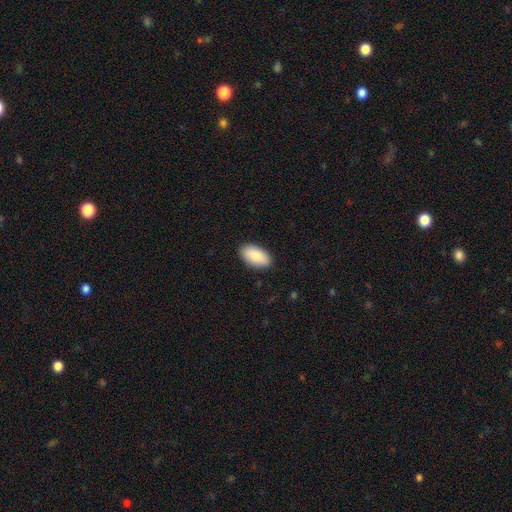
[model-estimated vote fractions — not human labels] smooth 88%, featured or disk 6%, star or artifact 6%. Down the decision tree: how rounded — in between (95%); merging — none (89%).